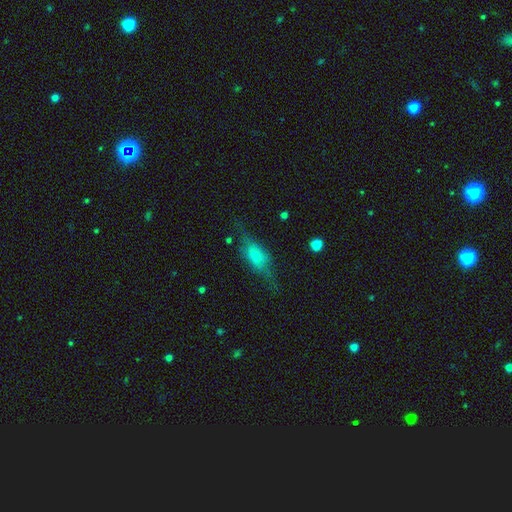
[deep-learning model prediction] smooth_or_featured: smooth (p=0.46) [alt: featured or disk p=0.45]
merging: none (p=0.55) [alt: minor disturbance p=0.25]